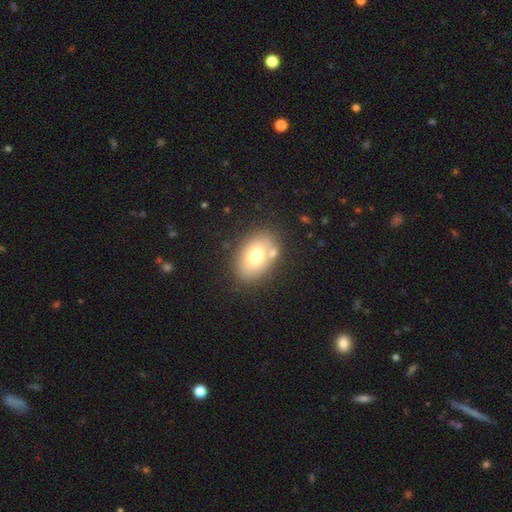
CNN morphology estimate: A smooth galaxy with no disk features (70%) that is in between round and cigar-shaped (87%).

Vote fractions:
- Smooth or featured? smooth: 70% / featured or disk: 22% / star or artifact: 8%
- How rounded? in between: 87% / round: 12% / cigar-shaped: 1%
- Merging? none: 71% / minor disturbance: 14% / merger: 11% / major disturbance: 4%